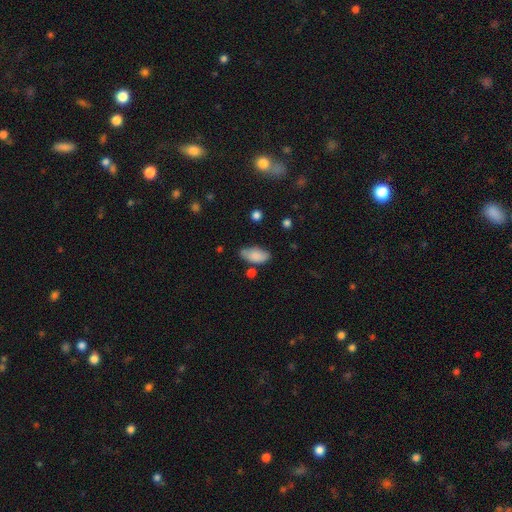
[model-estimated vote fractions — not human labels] This appears to be a smooth galaxy with no disk features (84%) that is in between round and cigar-shaped (91%). Merging: none (65%).